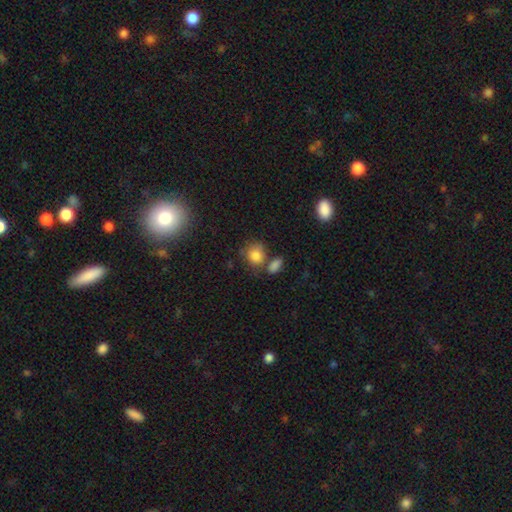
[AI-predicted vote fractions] Smooth or featured?
  - smooth: 82% *
  - star or artifact: 10%
  - featured or disk: 8%
How rounded?
  - round: 64% *
  - in between: 35%
  - cigar-shaped: 1%
Merging?
  - none: 51% *
  - merger: 22%
  - minor disturbance: 19%
  - major disturbance: 8%